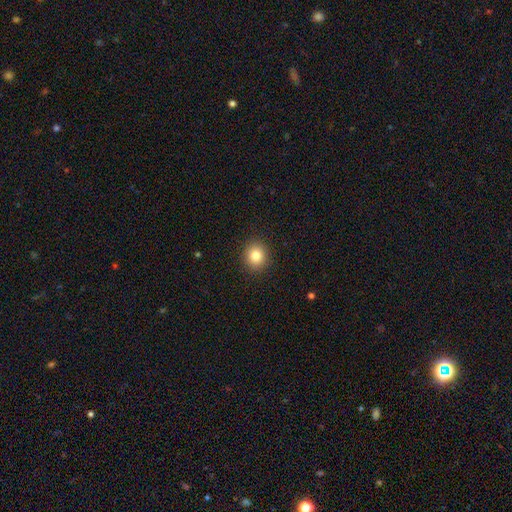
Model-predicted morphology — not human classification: Smooth or featured? smooth (82%)
How rounded? round (84%)
Merging? none (92%)